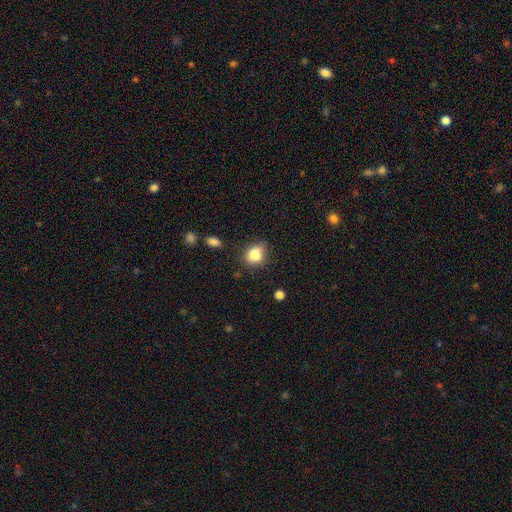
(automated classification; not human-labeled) This is clearly a smooth galaxy (82%). How rounded: possibly round (56%). Merging: likely none (67%).